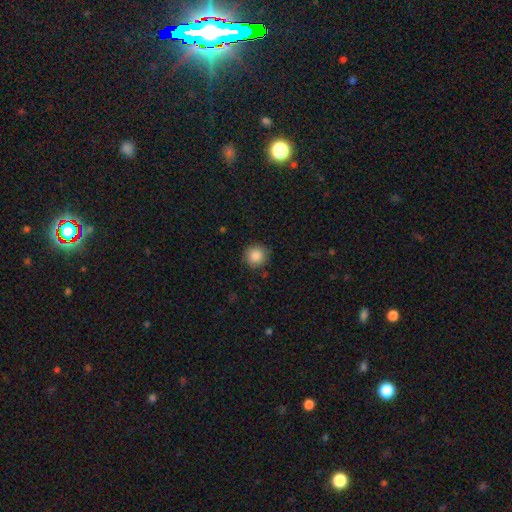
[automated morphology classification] type=smooth (87%); roundness=round (94%); merging=none (88%).